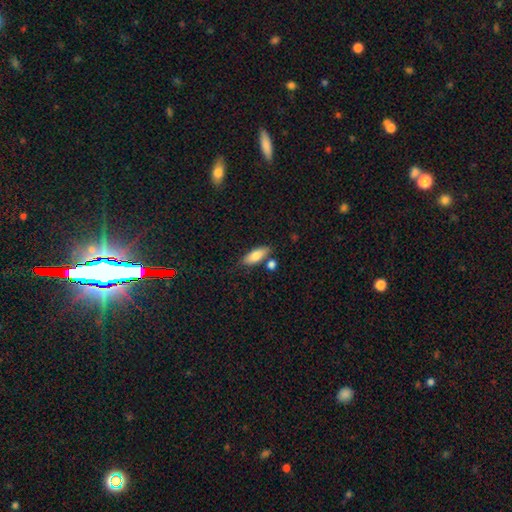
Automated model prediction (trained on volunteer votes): Smooth or featured: smooth — 81% (featured or disk — 12%)
How rounded: in between — 75% (cigar-shaped — 22%)
Merging: none — 72% (minor disturbance — 14%)